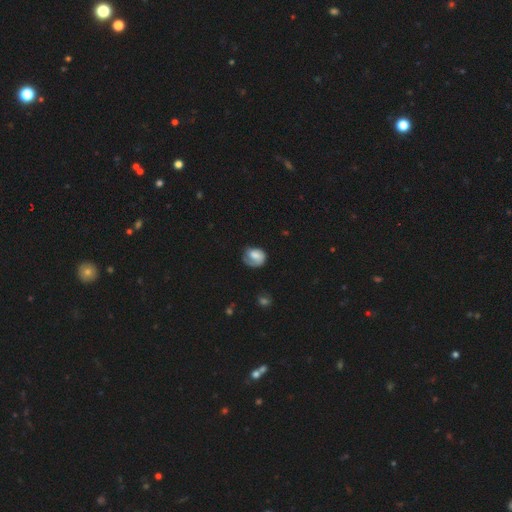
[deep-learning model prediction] smooth-or-featured: smooth: 52% | featured or disk: 41% | star or artifact: 7%
  how-rounded: round: 53% | in between: 46% | cigar-shaped: 1%
  merging: none: 50% | minor disturbance: 26% | major disturbance: 22% | merger: 2%